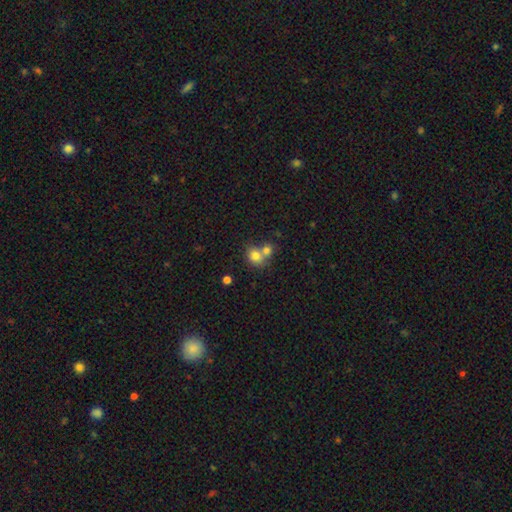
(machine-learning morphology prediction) smooth_or_featured: smooth (p=0.78) [alt: featured or disk p=0.11]
how_rounded: round (p=0.72) [alt: in between p=0.27]
merging: merger (p=0.52) [alt: none p=0.38]